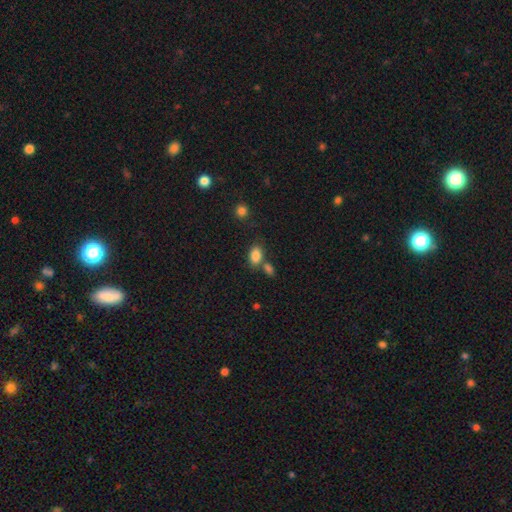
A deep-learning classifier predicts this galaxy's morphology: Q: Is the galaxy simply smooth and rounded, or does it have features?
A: smooth — 85%.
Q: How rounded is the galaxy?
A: in between — 86%.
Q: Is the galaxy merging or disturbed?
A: none — 59%.